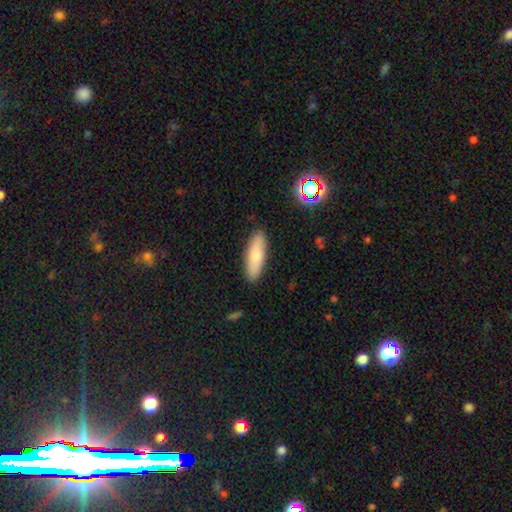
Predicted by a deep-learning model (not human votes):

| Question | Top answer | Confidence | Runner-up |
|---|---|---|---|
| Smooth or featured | smooth | 74% | featured or disk (19%) |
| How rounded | cigar-shaped | 50% | in between (48%) |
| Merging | none | 88% | minor disturbance (9%) |